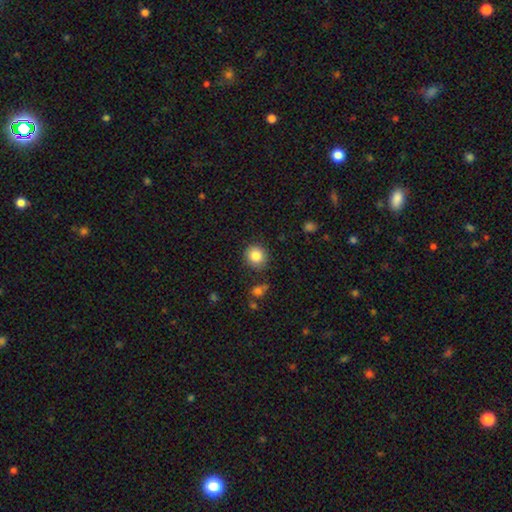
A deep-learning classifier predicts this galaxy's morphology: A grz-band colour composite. It shows a smooth galaxy with no disk features (85%) that is round (89%). Merging: none (86%).